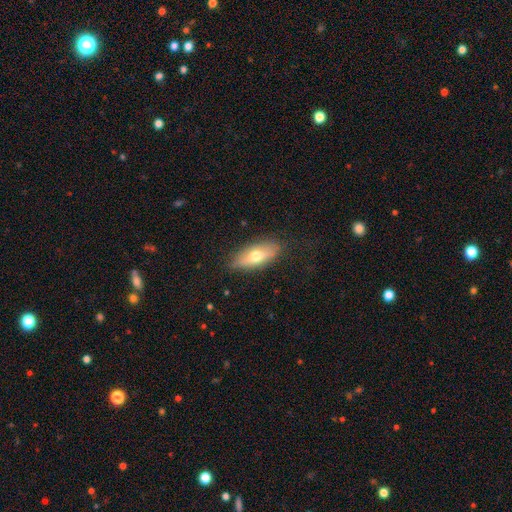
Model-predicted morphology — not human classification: A smooth galaxy with no disk features (59%) that is in between round and cigar-shaped (72%).

Vote fractions:
- Smooth or featured? smooth: 59% / featured or disk: 34% / star or artifact: 7%
- How rounded? in between: 72% / cigar-shaped: 25% / round: 3%
- Merging? none: 81% / minor disturbance: 15% / major disturbance: 3% / merger: 1%